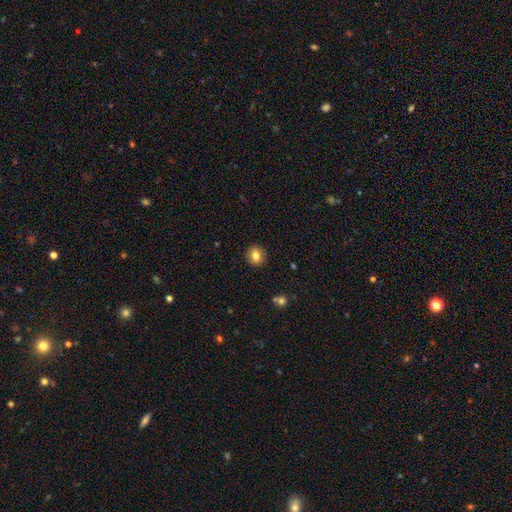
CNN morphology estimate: Overall: smooth (81%). How rounded: round (76%). Merging: none (90%).